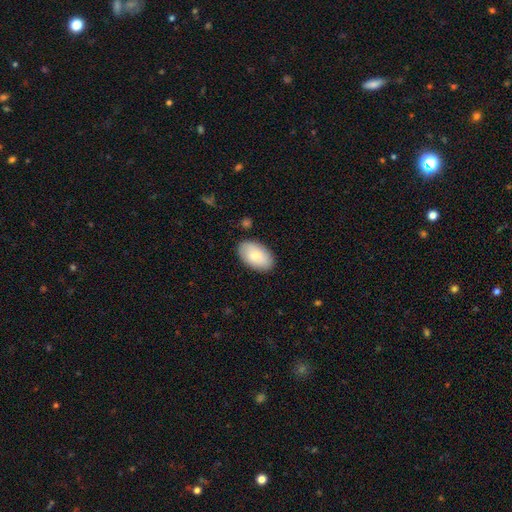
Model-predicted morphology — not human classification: type=smooth (81%); roundness=in between (94%); merging=none (85%).